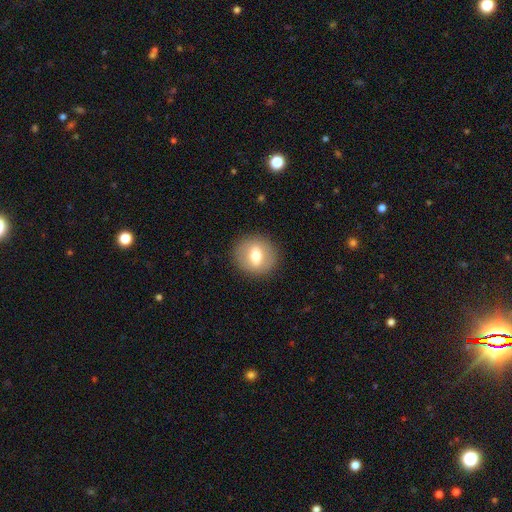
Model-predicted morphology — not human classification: smooth-or-featured: smooth: 61% | featured or disk: 30% | star or artifact: 8%
  how-rounded: round: 79% | in between: 19% | cigar-shaped: 1%
  merging: none: 88% | minor disturbance: 8% | major disturbance: 3% | merger: 1%